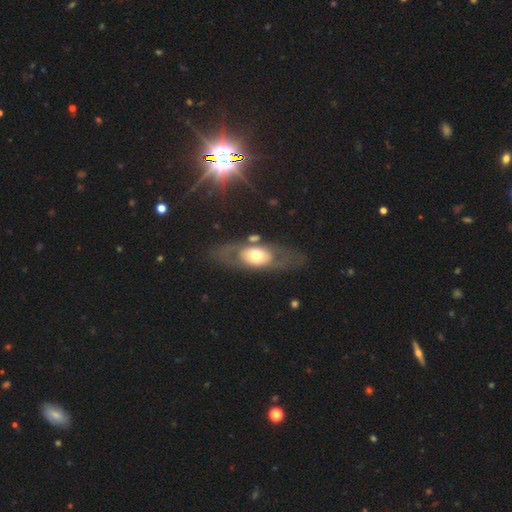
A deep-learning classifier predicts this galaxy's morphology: A featured or disk galaxy (55%).

Vote fractions:
- Smooth or featured? featured or disk: 55% / smooth: 39% / star or artifact: 6%
- Edge-on disk? no: 83% / yes: 17%
- Merging? none: 69% / minor disturbance: 14% / major disturbance: 12% / merger: 5%